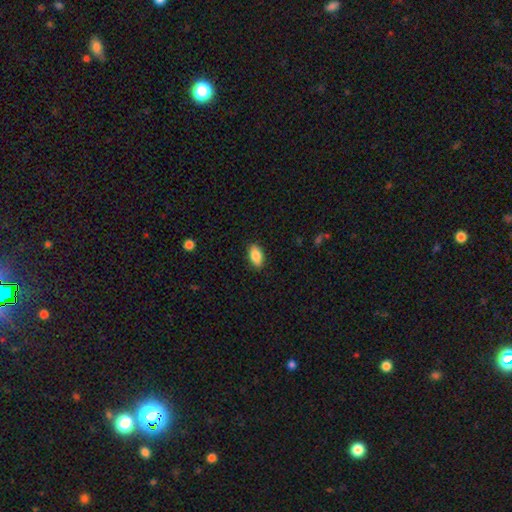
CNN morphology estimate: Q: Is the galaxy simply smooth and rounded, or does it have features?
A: smooth — 86%.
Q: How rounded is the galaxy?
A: in between — 91%.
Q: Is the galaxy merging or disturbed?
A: none — 88%.